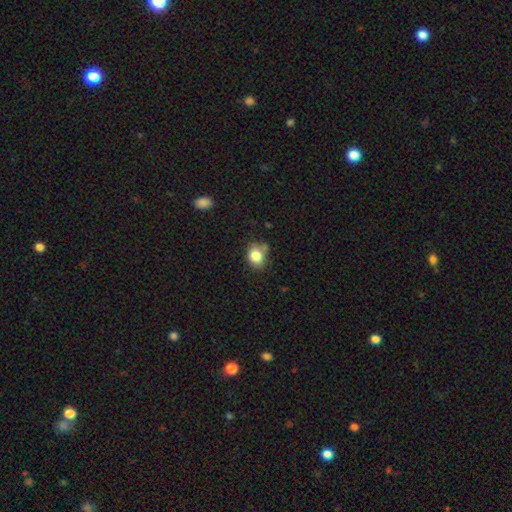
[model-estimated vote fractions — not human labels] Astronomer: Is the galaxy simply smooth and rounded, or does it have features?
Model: smooth — 82%.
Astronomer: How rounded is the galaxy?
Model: round — 58% (runner-up: in between, 41%).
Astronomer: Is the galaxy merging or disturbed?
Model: none — 60%.